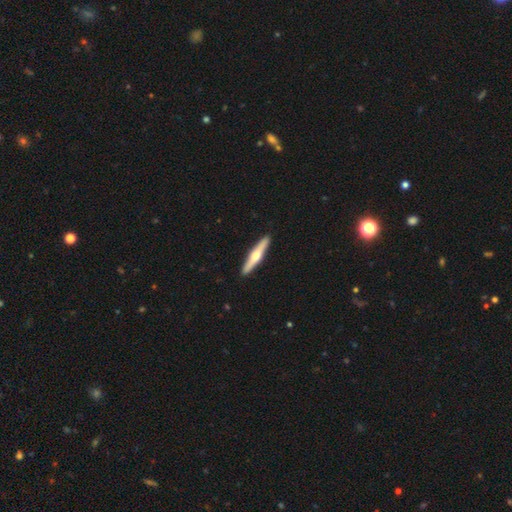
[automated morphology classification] Smooth or featured: featured or disk — 57% (smooth — 38%)
Edge-on disk: yes — 96% (no — 4%)
Edge-on bulge: rounded — 92% (none — 5%)
Merging: none — 92% (minor disturbance — 5%)